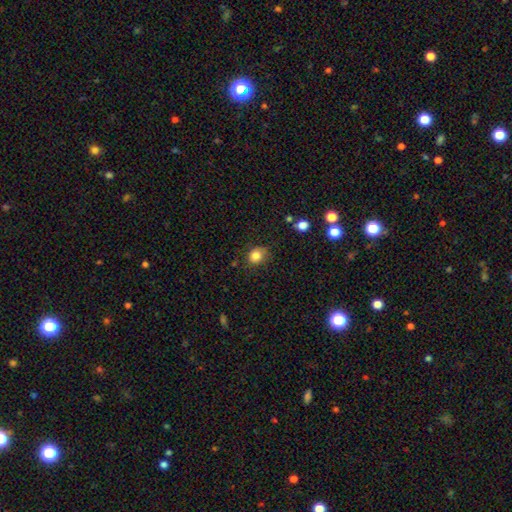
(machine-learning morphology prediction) Smooth or featured? Predicted: smooth (p=0.84). How rounded? Predicted: round (p=0.63). Merging? Predicted: none (p=0.73).